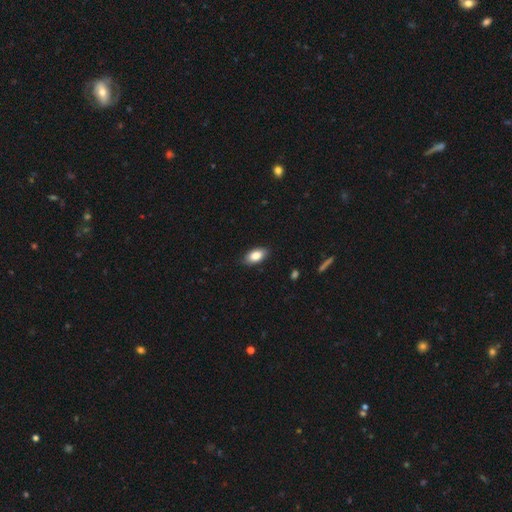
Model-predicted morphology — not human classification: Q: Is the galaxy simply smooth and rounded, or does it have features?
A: smooth — 84%.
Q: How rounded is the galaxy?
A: in between — 92%.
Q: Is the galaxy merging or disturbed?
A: none — 85%.